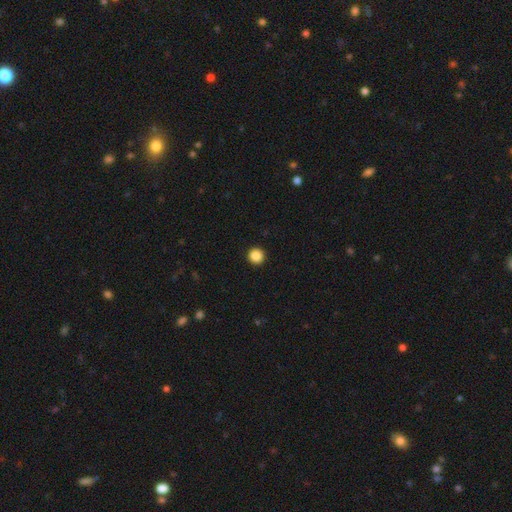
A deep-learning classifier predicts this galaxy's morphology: A smooth galaxy with no disk features (87%) that is round (97%).

Vote fractions:
- Smooth or featured? smooth: 87% / star or artifact: 10% / featured or disk: 3%
- How rounded? round: 97% / in between: 2% / cigar-shaped: 1%
- Merging? none: 94% / minor disturbance: 4% / major disturbance: 1% / merger: 1%